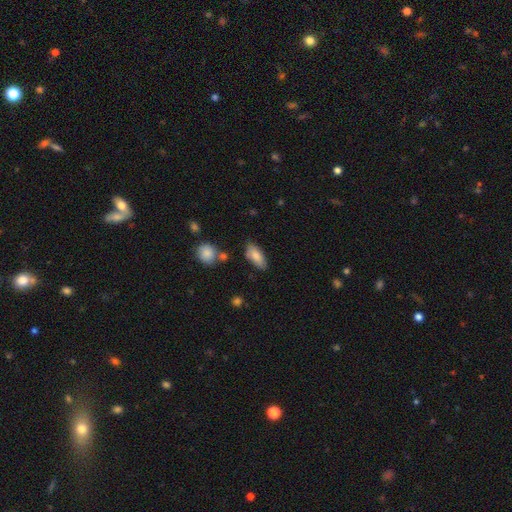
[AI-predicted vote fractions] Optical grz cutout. It shows a smooth galaxy with no disk features (81%) that is in between round and cigar-shaped (84%). Merging: none (74%).